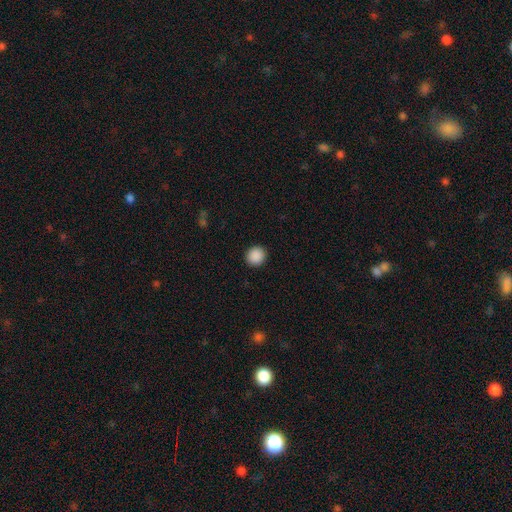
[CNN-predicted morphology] smooth_or_featured: smooth (p=0.90) [alt: star or artifact p=0.08]
how_rounded: round (p=0.89) [alt: in between p=0.10]
merging: none (p=0.92) [alt: minor disturbance p=0.05]